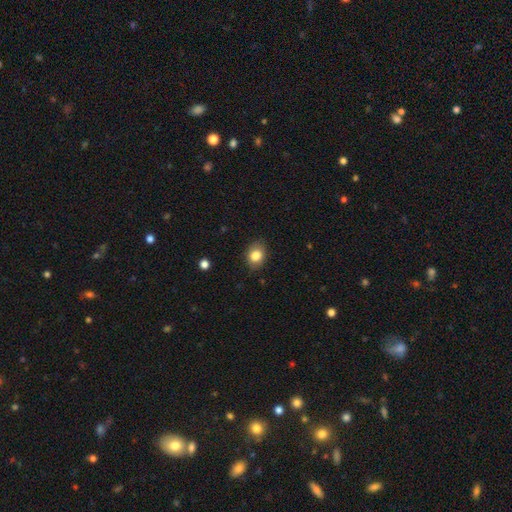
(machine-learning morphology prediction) Smooth or featured? Predicted: smooth (p=0.83). How rounded? Predicted: in between (p=0.57). Merging? Predicted: none (p=0.83).